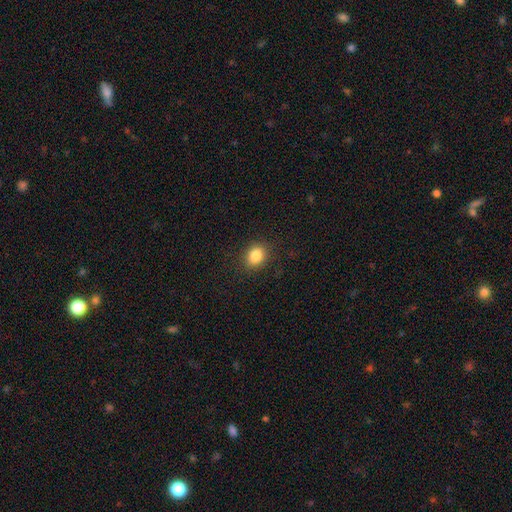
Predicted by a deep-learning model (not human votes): A smooth galaxy with no disk features (84%) that is round (50%). Merging: none (87%).